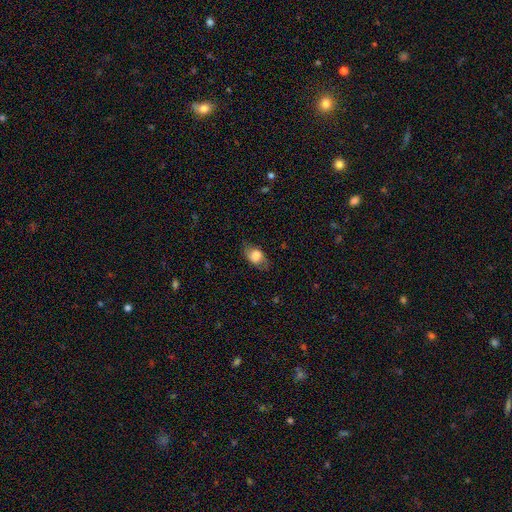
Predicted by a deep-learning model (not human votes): A smooth galaxy with no disk features (65%) that is in between round and cigar-shaped (81%).

Vote fractions:
- Smooth or featured? smooth: 65% / featured or disk: 26% / star or artifact: 8%
- How rounded? in between: 81% / round: 16% / cigar-shaped: 4%
- Merging? none: 74% / minor disturbance: 18% / major disturbance: 7% / merger: 1%